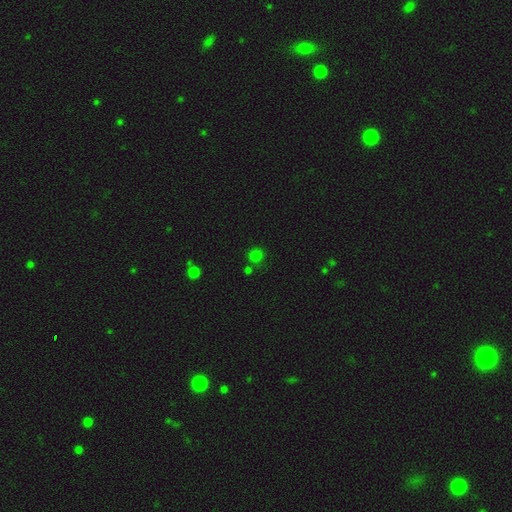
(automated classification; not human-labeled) Overall: smooth (72%). How rounded: round (91%). Merging: none (78%).